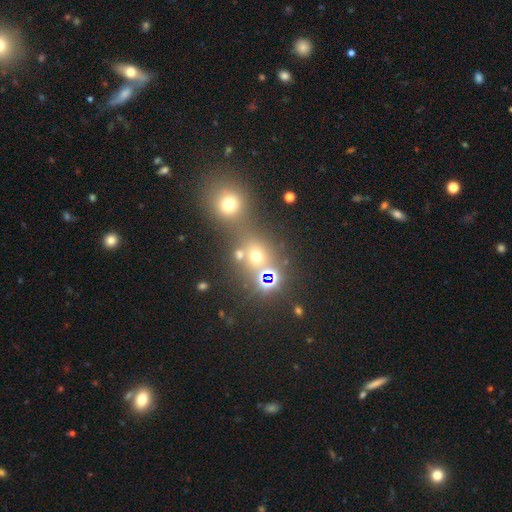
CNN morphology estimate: smooth 46%, star or artifact 40%, featured or disk 14%. Down the decision tree: merging — merger (47%).